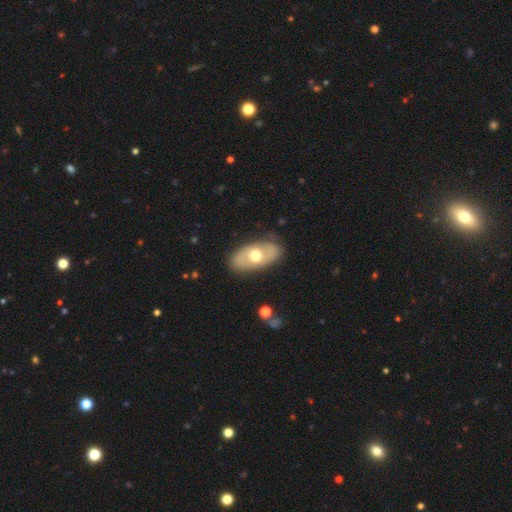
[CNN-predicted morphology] A featured or disk galaxy (49%). Merging: none (80%).